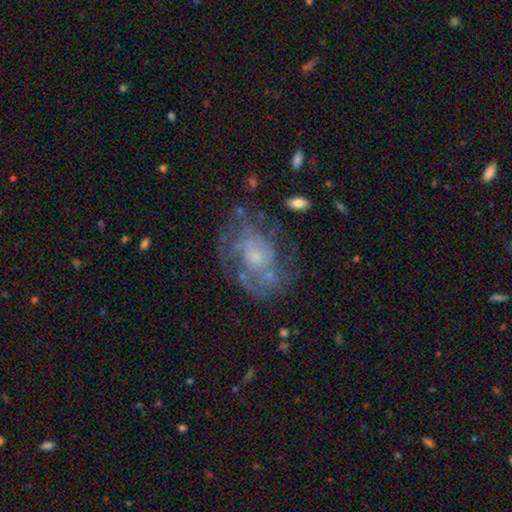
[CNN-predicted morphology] Q: Smooth or featured?
A: featured or disk (75%); runner-up: smooth (16%)
Q: Edge-on disk?
A: no (97%); runner-up: yes (3%)
Q: Bar?
A: no (73%); runner-up: weak (22%)
Q: Spiral arms?
A: yes (76%); runner-up: no (24%)
Q: Spiral winding?
A: tight (45%); runner-up: medium (39%)
Q: Spiral arm count?
A: can't tell (44%); runner-up: 2 (25%)
Q: Bulge size?
A: small (58%); runner-up: moderate (29%)
Q: Merging?
A: none (63%); runner-up: minor disturbance (19%)